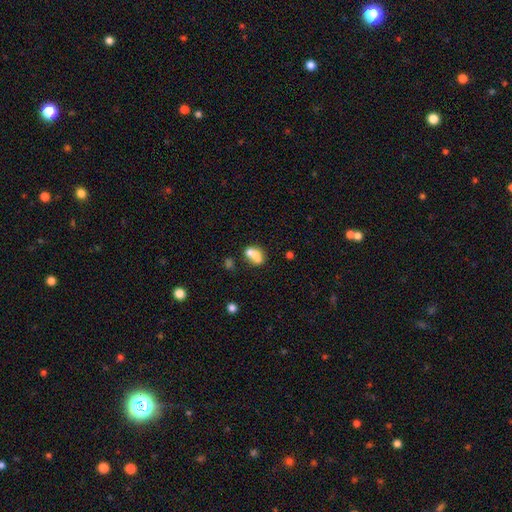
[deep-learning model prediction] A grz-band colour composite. It shows a smooth galaxy with no disk features (65%) that is in between round and cigar-shaped (65%). Merging: merger (56%).